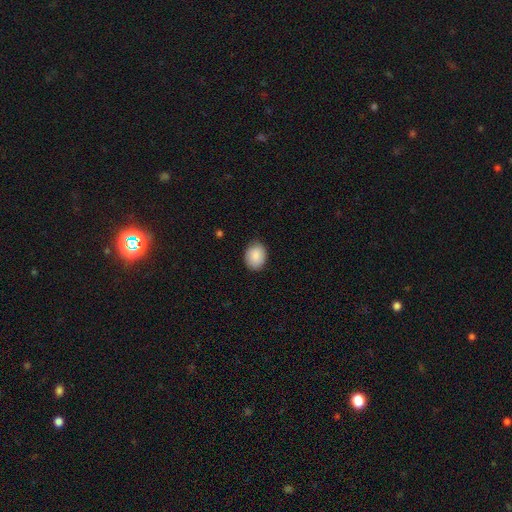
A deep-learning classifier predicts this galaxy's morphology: Smooth or featured: smooth — 87% (star or artifact — 7%)
How rounded: in between — 56% (round — 43%)
Merging: none — 83% (minor disturbance — 14%)